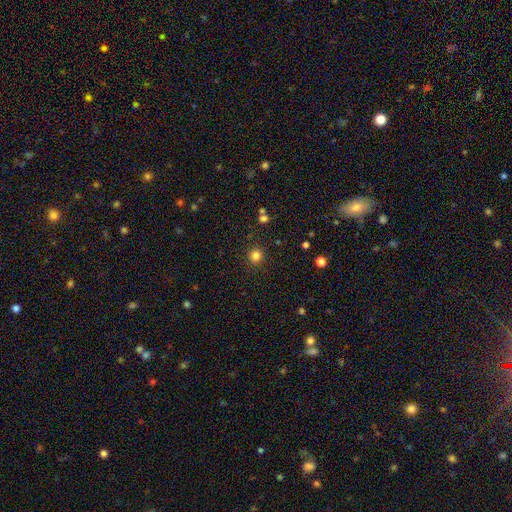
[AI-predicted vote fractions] This is clearly a smooth galaxy (82%). How rounded: clearly round (94%). Merging: clearly none (91%).